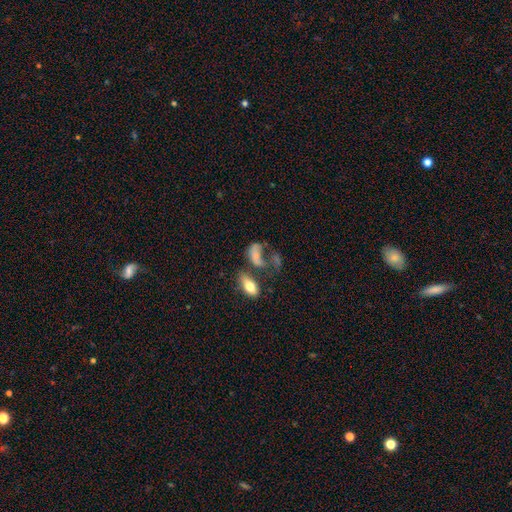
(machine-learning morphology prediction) A smooth galaxy with no disk features (65%) that is in between round and cigar-shaped (85%).

Vote fractions:
- Smooth or featured? smooth: 65% / featured or disk: 24% / star or artifact: 11%
- How rounded? in between: 85% / round: 8% / cigar-shaped: 7%
- Merging? merger: 38% / major disturbance: 26% / none: 23% / minor disturbance: 13%